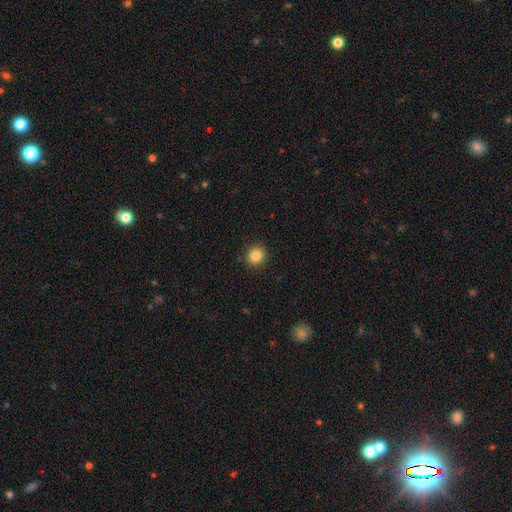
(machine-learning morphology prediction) A smooth galaxy with no disk features (85%) that is round (90%). Merging: none (91%).